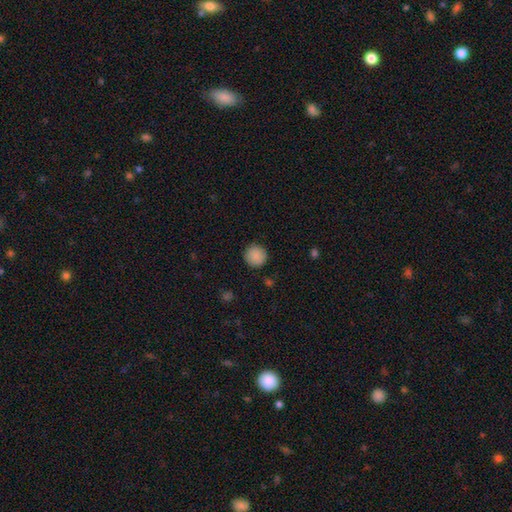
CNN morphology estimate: Smooth or featured?
  - smooth: 88% *
  - star or artifact: 8%
  - featured or disk: 4%
How rounded?
  - round: 95% *
  - in between: 4%
  - cigar-shaped: 1%
Merging?
  - none: 89% *
  - minor disturbance: 8%
  - major disturbance: 2%
  - merger: 1%